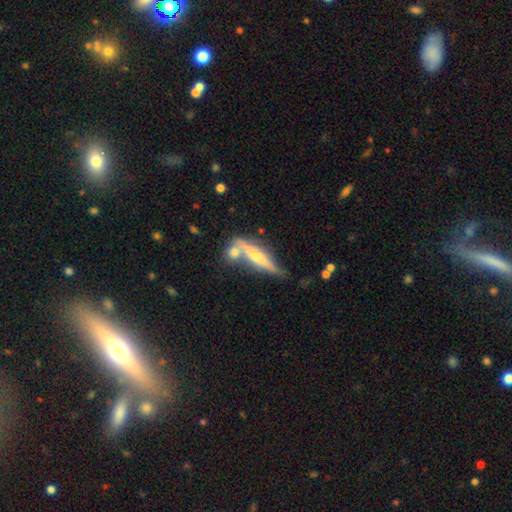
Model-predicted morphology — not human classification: Overall: featured or disk (56%; smooth 38%). Edge-on disk: yes (91%). Edge-on bulge: rounded (68%). Merging: none (54%; merger 24%).